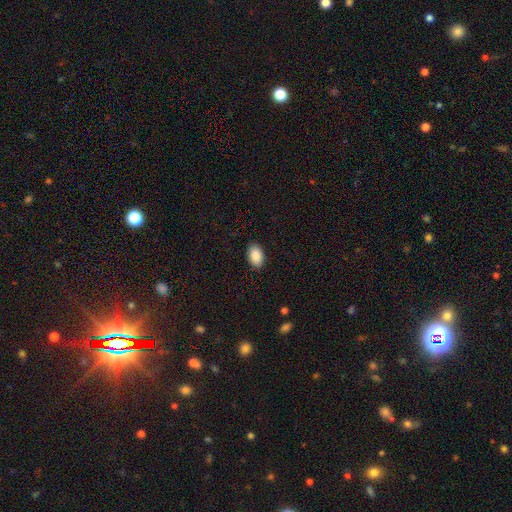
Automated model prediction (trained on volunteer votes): Smooth or featured: smooth — 90% (star or artifact — 7%)
How rounded: in between — 91% (round — 7%)
Merging: none — 89% (minor disturbance — 8%)